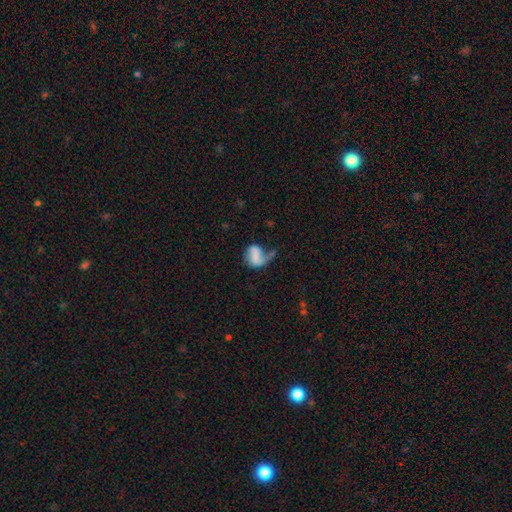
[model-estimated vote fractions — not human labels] Morphology: type=featured or disk (47%); merging=major disturbance (44%).